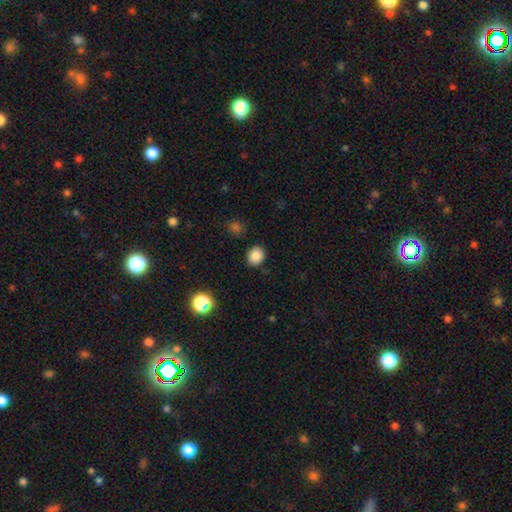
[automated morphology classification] Q: Smooth or featured?
A: smooth (86%); runner-up: star or artifact (11%)
Q: How rounded?
A: round (74%); runner-up: in between (25%)
Q: Merging?
A: none (87%); runner-up: minor disturbance (9%)